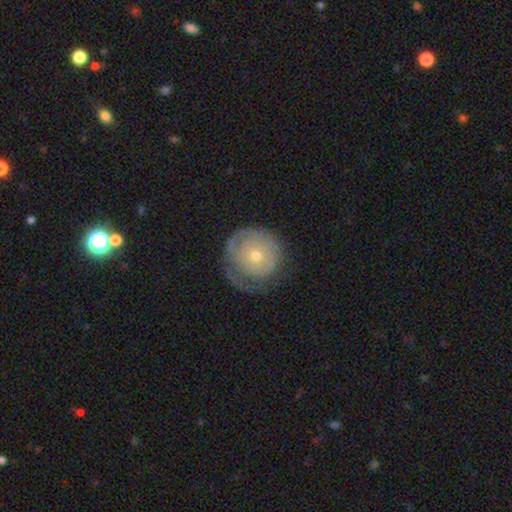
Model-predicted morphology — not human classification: type=featured or disk (59%); edge-on=no (97%); bar=no (88%); spiral arms=yes (62%); bulge=small (52%); merging=none (60%).